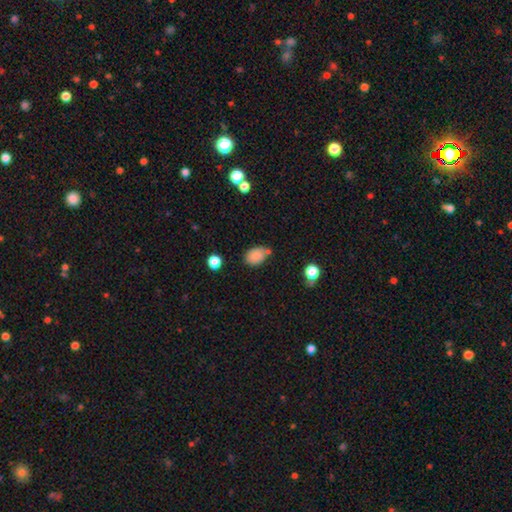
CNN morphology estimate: Smooth or featured?
  - smooth: 85% *
  - star or artifact: 10%
  - featured or disk: 5%
How rounded?
  - in between: 76% *
  - round: 23%
  - cigar-shaped: 1%
Merging?
  - none: 64% *
  - minor disturbance: 20%
  - merger: 12%
  - major disturbance: 5%